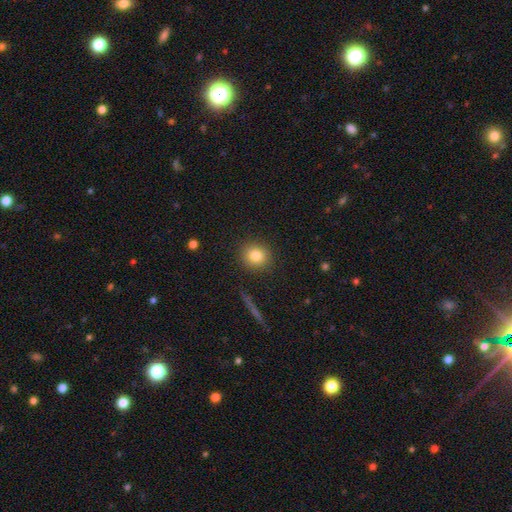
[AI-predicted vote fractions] The model was most divided on "how rounded": round: 85%, in between: 13%, cigar-shaped: 1%. More confident: merging — none (89%); smooth or featured — smooth (83%).